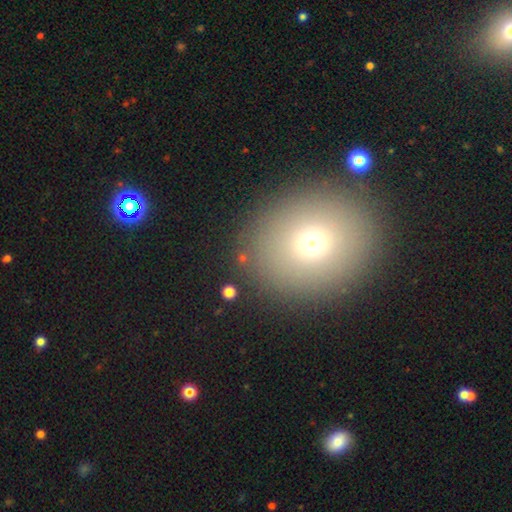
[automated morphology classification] Smooth or featured? smooth (71%)
How rounded? round (68%)
Merging? none (88%)